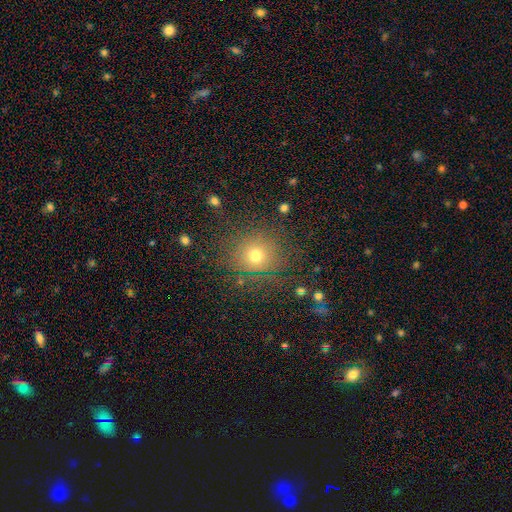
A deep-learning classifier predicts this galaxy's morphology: This appears to be a smooth galaxy with no disk features (71%) that is round (87%). Merging: none (82%).